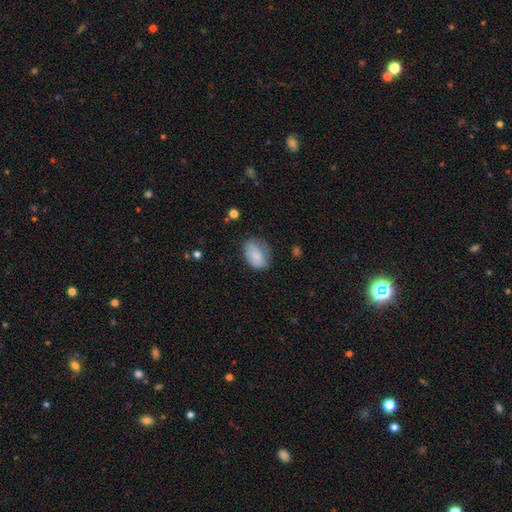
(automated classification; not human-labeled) Smooth or featured? Predicted: smooth (p=0.79). How rounded? Predicted: in between (p=0.82). Merging? Predicted: none (p=0.55).